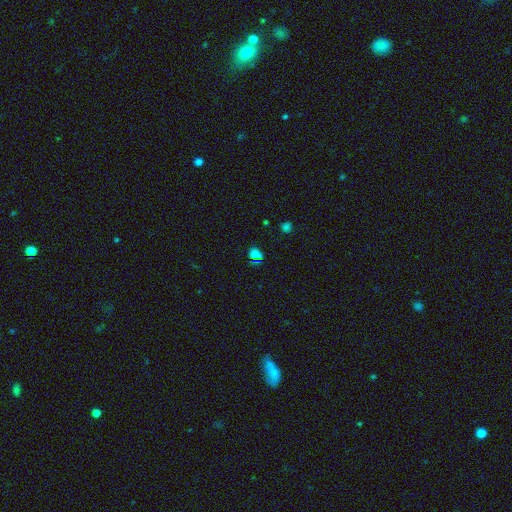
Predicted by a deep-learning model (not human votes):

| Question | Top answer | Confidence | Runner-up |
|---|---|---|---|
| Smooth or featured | smooth | 48% | star or artifact (44%) |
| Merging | none | 73% | minor disturbance (14%) |